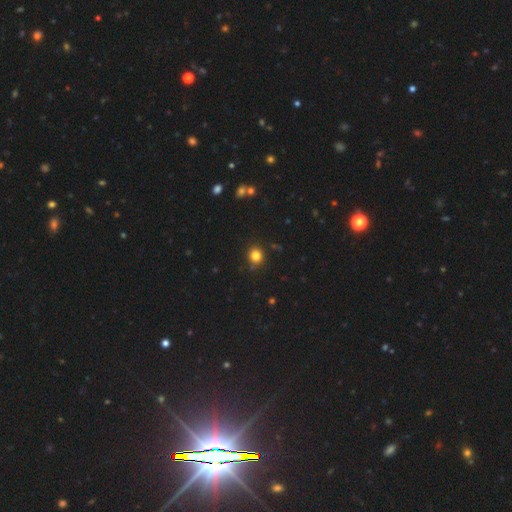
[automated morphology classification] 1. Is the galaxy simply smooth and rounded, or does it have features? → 82% smooth, 13% star or artifact, 5% featured or disk.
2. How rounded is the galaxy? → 85% round, 14% in between, 1% cigar-shaped.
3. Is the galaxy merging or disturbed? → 87% none, 9% minor disturbance, 2% major disturbance, 2% merger.